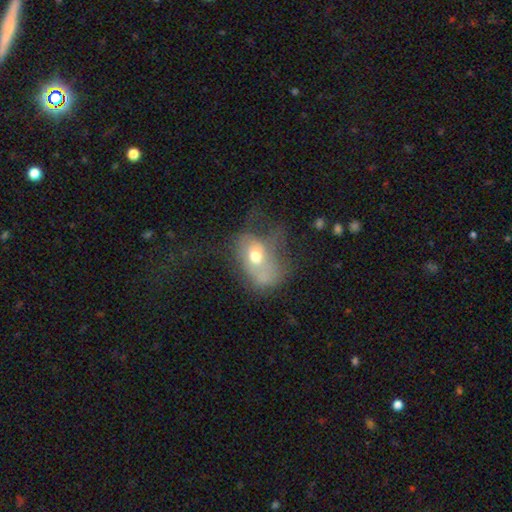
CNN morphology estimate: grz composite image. It shows a smooth galaxy with no disk features (56%) that is in between round and cigar-shaped (70%). Merging: major disturbance (50%).